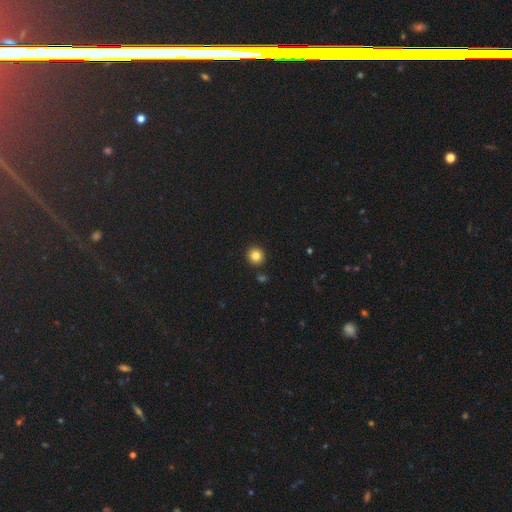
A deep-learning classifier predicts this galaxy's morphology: Q: Smooth or featured?
A: smooth (83%); runner-up: star or artifact (11%)
Q: How rounded?
A: round (93%); runner-up: in between (6%)
Q: Merging?
A: none (91%); runner-up: minor disturbance (5%)